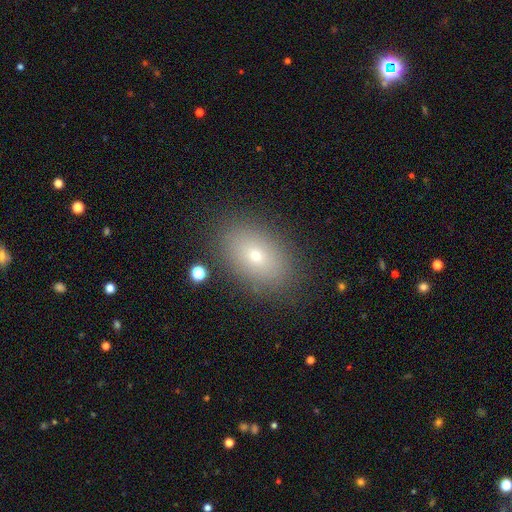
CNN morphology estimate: A smooth galaxy with no disk features (69%) that is in between round and cigar-shaped (82%).

Vote fractions:
- Smooth or featured? smooth: 69% / featured or disk: 17% / star or artifact: 14%
- How rounded? in between: 82% / round: 16% / cigar-shaped: 2%
- Merging? none: 85% / minor disturbance: 10% / major disturbance: 4% / merger: 2%